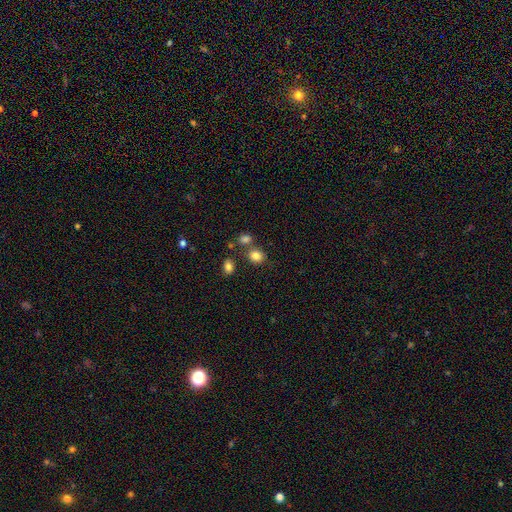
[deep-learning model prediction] Smooth or featured? smooth (83%)
How rounded? round (66%)
Merging? none (66%)